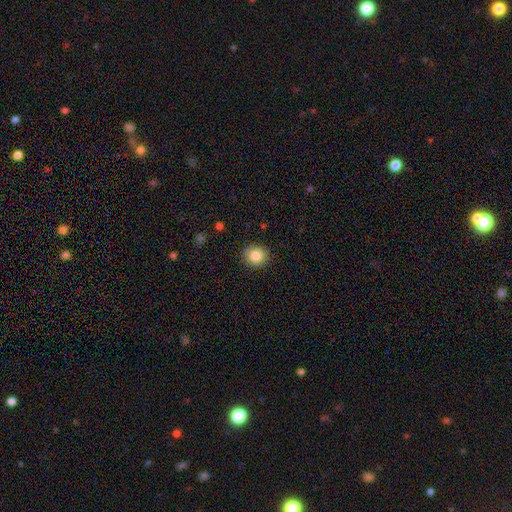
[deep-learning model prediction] Smooth or featured: smooth — 84% (star or artifact — 9%)
How rounded: round — 77% (in between — 22%)
Merging: none — 90% (minor disturbance — 7%)